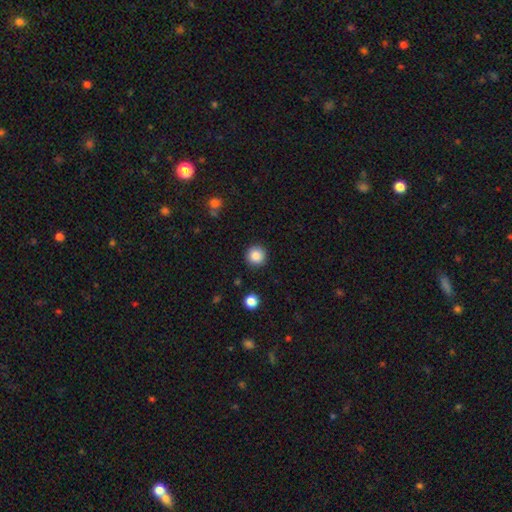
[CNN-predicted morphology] A smooth galaxy with no disk features (86%) that is round (96%). Merging: none (91%).